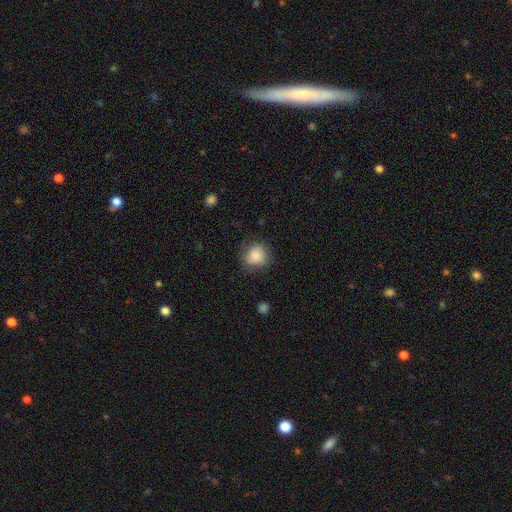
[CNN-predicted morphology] smooth-or-featured: smooth: 84% | featured or disk: 8% | star or artifact: 8%
  how-rounded: round: 82% | in between: 17% | cigar-shaped: 1%
  merging: none: 70% | minor disturbance: 21% | major disturbance: 8% | merger: 1%